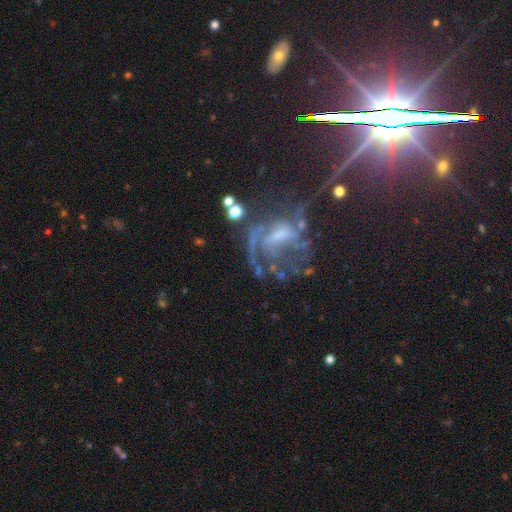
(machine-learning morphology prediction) Smooth or featured? featured or disk (62%)
Edge-on disk? no (95%)
Bar? no (45%)
Spiral arms? yes (76%)
Bulge size? small (40%)
Merging? none (40%)